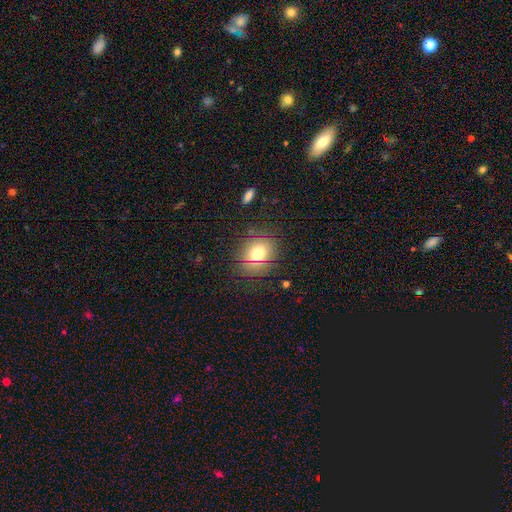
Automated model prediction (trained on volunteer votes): Smooth or featured? smooth (72%)
How rounded? round (65%)
Merging? none (83%)